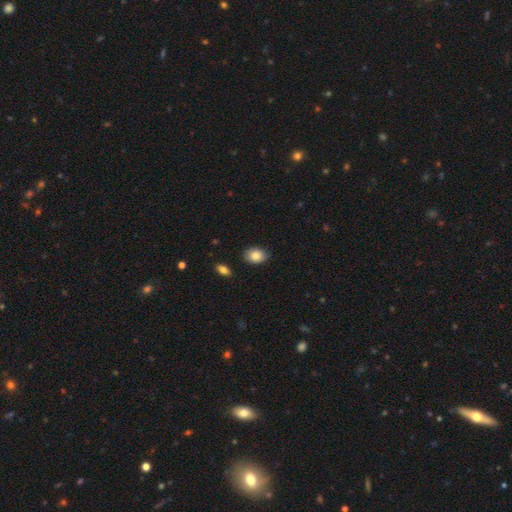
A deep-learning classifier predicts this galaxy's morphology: A smooth galaxy with no disk features (86%) that is in between round and cigar-shaped (75%).

Vote fractions:
- Smooth or featured? smooth: 86% / star or artifact: 7% / featured or disk: 7%
- How rounded? in between: 75% / round: 24% / cigar-shaped: 1%
- Merging? none: 84% / minor disturbance: 13% / major disturbance: 2% / merger: 1%